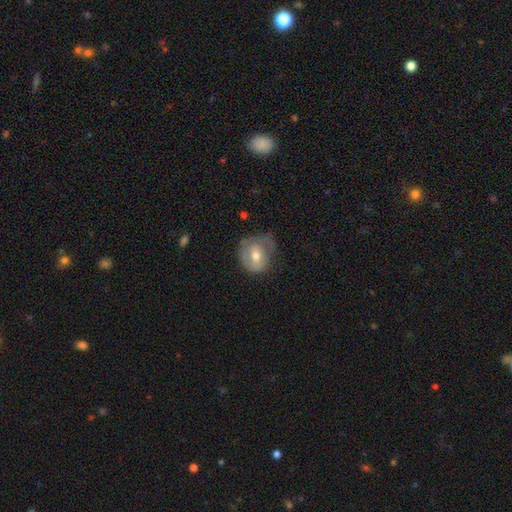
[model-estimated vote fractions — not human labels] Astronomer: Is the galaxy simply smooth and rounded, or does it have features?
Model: smooth — 49% (runner-up: featured or disk, 43%).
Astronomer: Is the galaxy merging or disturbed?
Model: none — 48% (runner-up: minor disturbance, 31%).